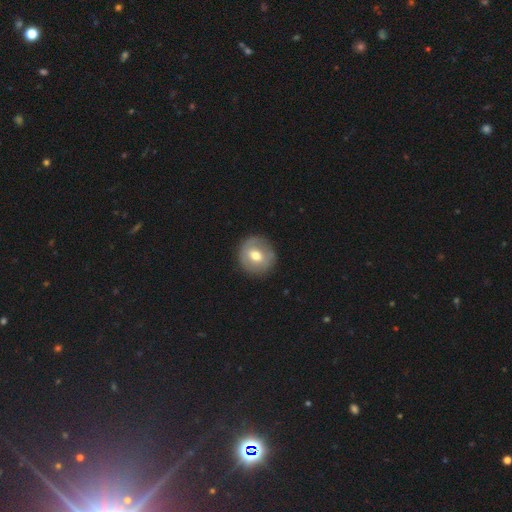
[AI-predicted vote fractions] Smooth or featured? Predicted: smooth (p=0.52). How rounded? Predicted: round (p=0.88). Merging? Predicted: none (p=0.84).